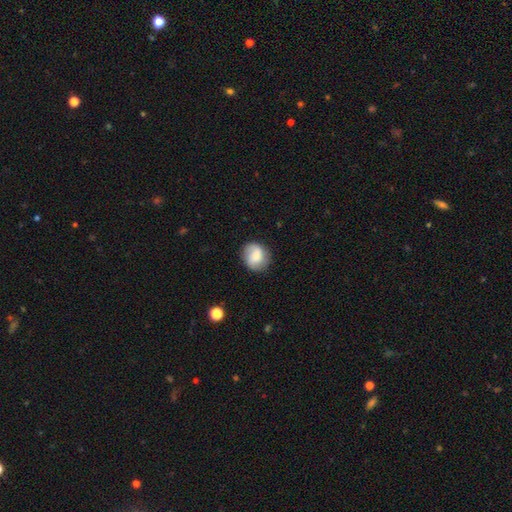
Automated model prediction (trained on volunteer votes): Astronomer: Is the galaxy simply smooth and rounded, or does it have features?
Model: smooth — 61%.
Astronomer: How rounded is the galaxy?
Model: round — 76%.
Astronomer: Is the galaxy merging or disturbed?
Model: none — 78%.